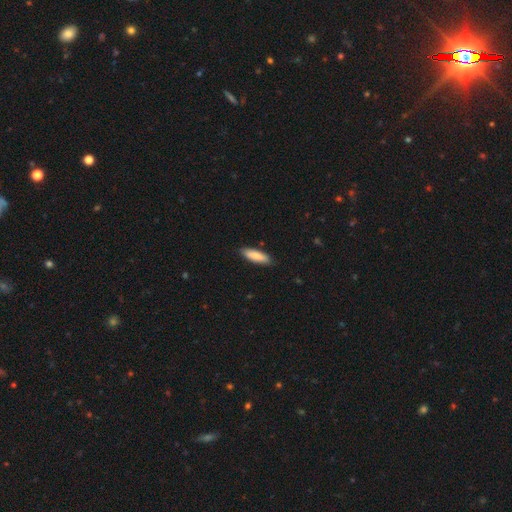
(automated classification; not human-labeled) smooth_or_featured: smooth (p=0.86) [alt: featured or disk p=0.09]
how_rounded: cigar-shaped (p=0.52) [alt: in between p=0.47]
merging: none (p=0.88) [alt: minor disturbance p=0.10]